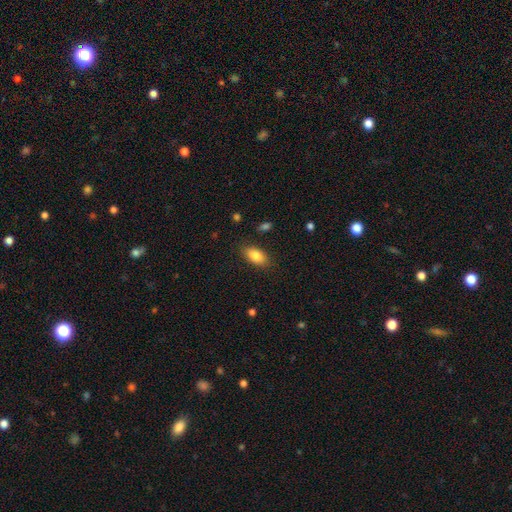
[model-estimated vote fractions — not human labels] smooth_or_featured: smooth (p=0.84) [alt: featured or disk p=0.09]
how_rounded: in between (p=0.90) [alt: cigar-shaped p=0.06]
merging: none (p=0.85) [alt: minor disturbance p=0.11]